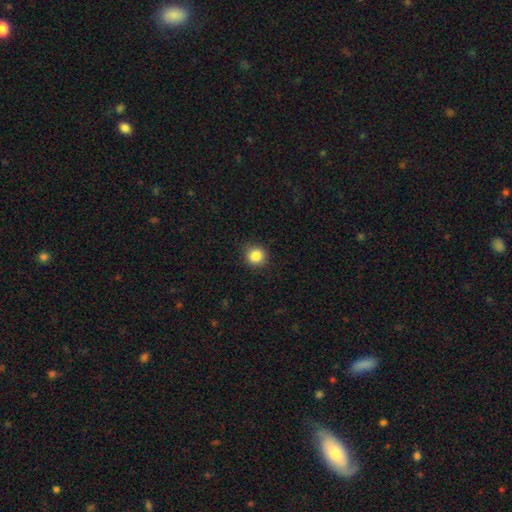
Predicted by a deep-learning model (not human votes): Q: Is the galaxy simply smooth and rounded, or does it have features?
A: smooth — 85%.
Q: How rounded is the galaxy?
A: round — 92%.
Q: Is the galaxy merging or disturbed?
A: none — 90%.